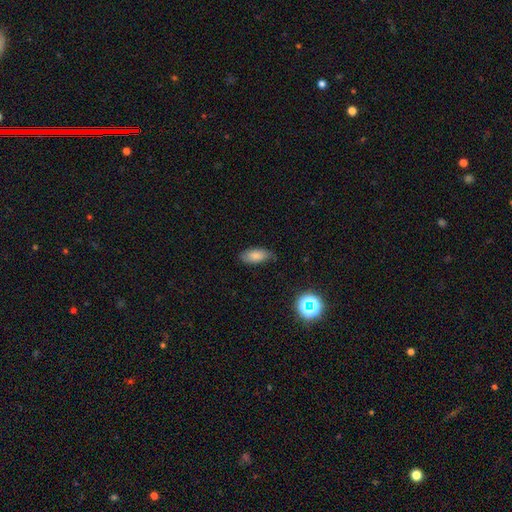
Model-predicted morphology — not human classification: The model was most divided on "merging": none: 74%, minor disturbance: 21%, major disturbance: 4%, merger: 1%. More confident: how rounded — in between (88%); smooth or featured — smooth (79%).